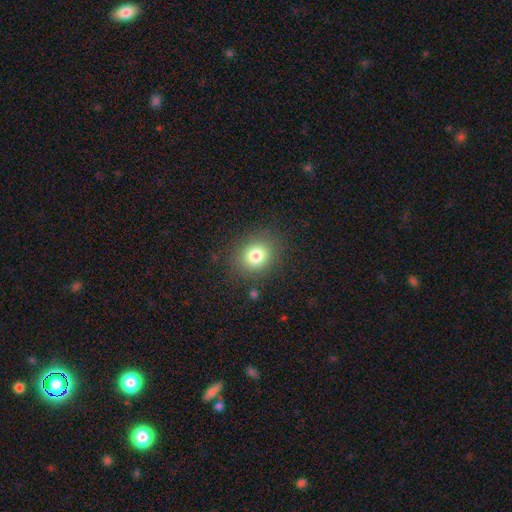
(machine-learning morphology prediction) type=smooth (79%); roundness=round (72%); merging=none (85%).